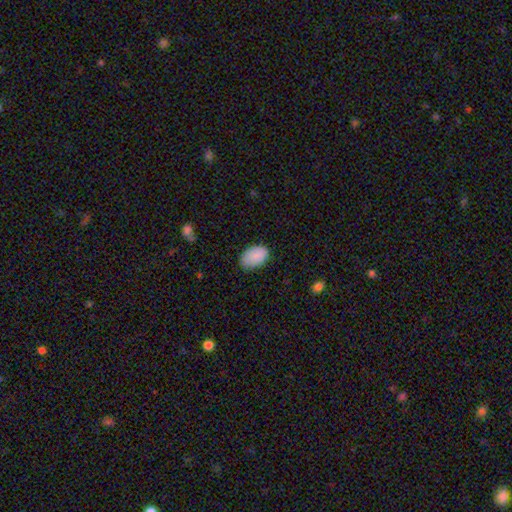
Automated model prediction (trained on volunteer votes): A smooth galaxy with no disk features (89%) that is in between round and cigar-shaped (90%). Merging: none (73%).